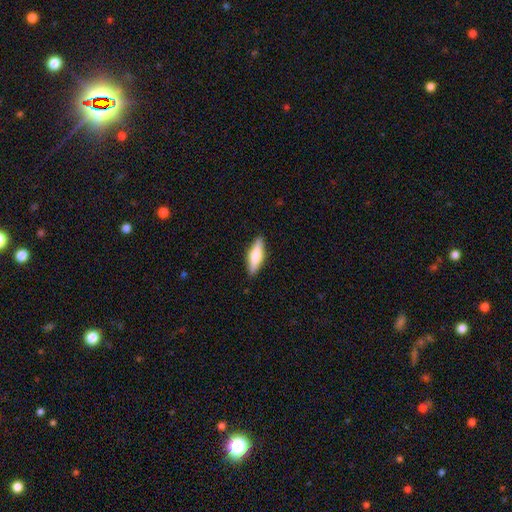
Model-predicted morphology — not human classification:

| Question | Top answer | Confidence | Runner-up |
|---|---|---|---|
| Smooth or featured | smooth | 59% | featured or disk (35%) |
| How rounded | cigar-shaped | 57% | in between (41%) |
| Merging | none | 88% | minor disturbance (9%) |